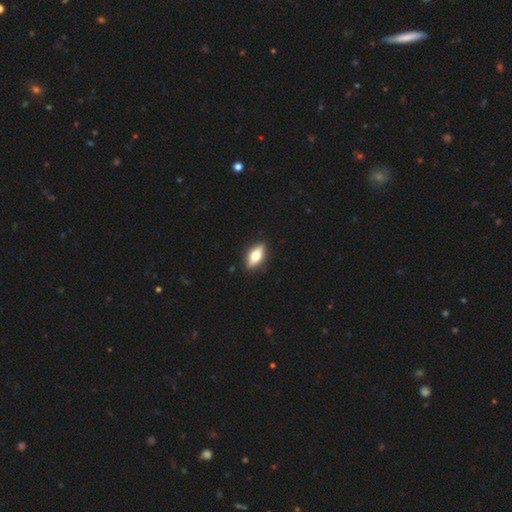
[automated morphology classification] A smooth galaxy with no disk features (49%).

Vote fractions:
- Smooth or featured? smooth: 49% / featured or disk: 44% / star or artifact: 7%
- Merging? none: 89% / minor disturbance: 8% / major disturbance: 2% / merger: 1%